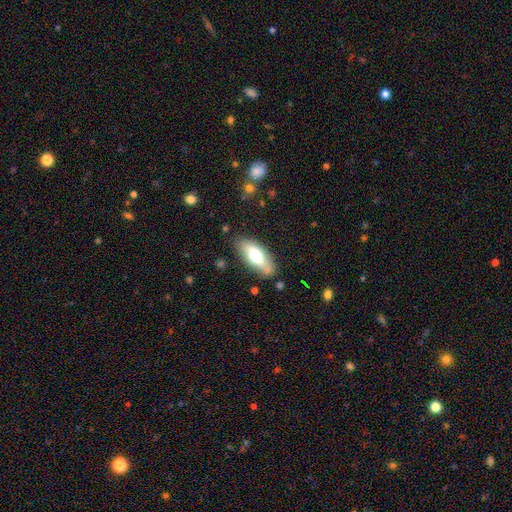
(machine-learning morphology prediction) This is likely a smooth galaxy (64%). How rounded: likely in between (76%). Merging: clearly none (80%).